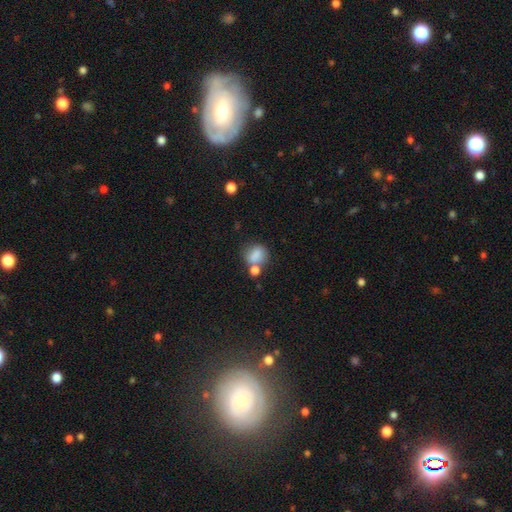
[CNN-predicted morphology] smooth 81%, star or artifact 10%, featured or disk 9%. Down the decision tree: how rounded — round (50%); merging — none (44%).